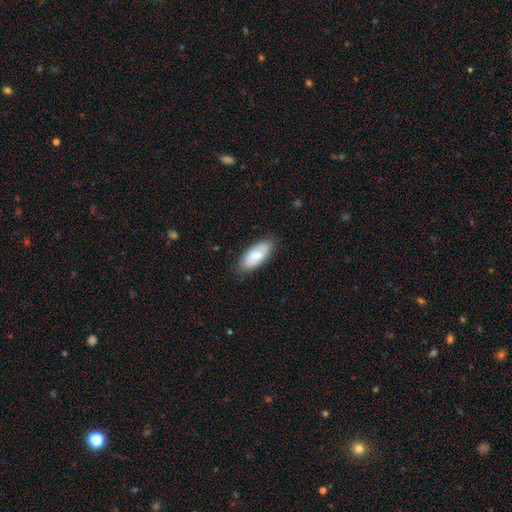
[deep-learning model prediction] Smooth or featured: smooth — 67% (featured or disk — 28%)
How rounded: in between — 88% (cigar-shaped — 10%)
Merging: none — 83% (minor disturbance — 13%)